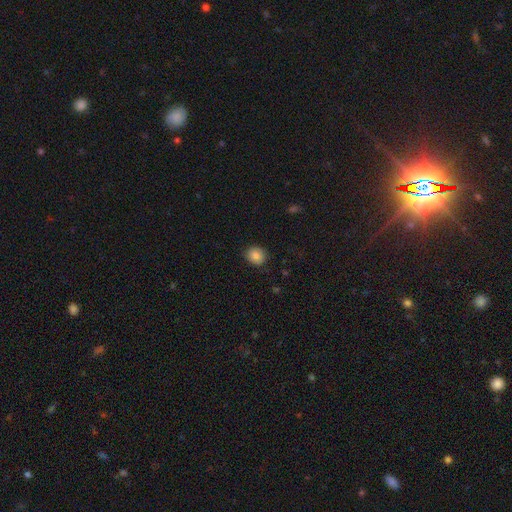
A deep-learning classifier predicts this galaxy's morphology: This appears to be a smooth galaxy with no disk features (83%) that is round (77%). Merging: none (85%).